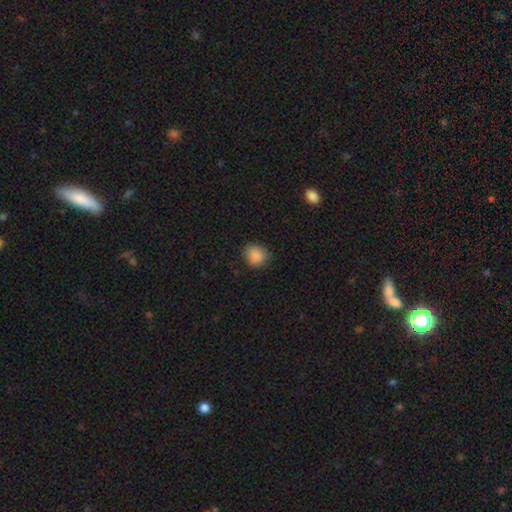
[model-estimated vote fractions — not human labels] smooth 87%, star or artifact 9%, featured or disk 3%. Down the decision tree: how rounded — round (75%); merging — none (81%).